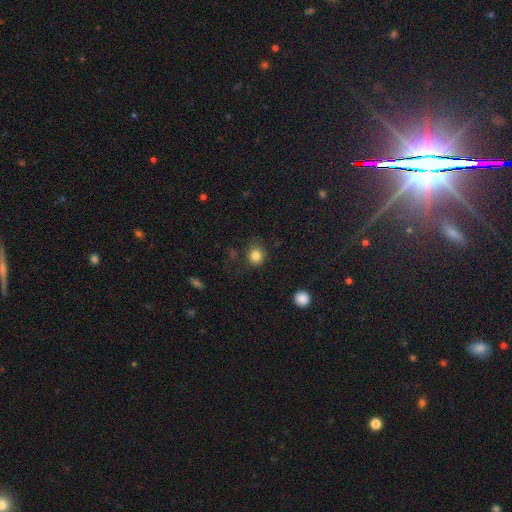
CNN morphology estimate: This is clearly a smooth galaxy (84%). How rounded: likely round (79%). Merging: likely none (76%).